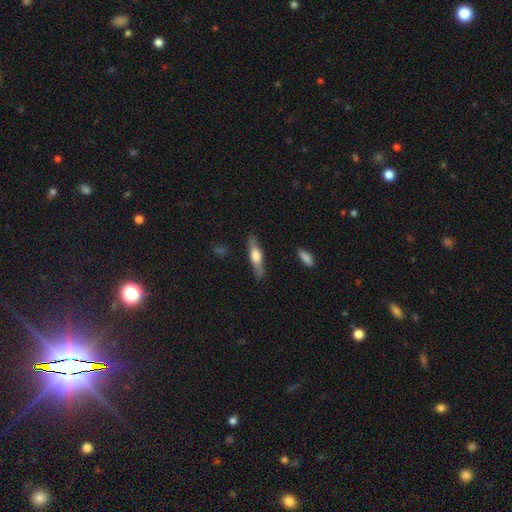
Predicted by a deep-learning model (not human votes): A smooth galaxy with no disk features (52%) that is cigar-shaped (72%). Merging: none (83%).